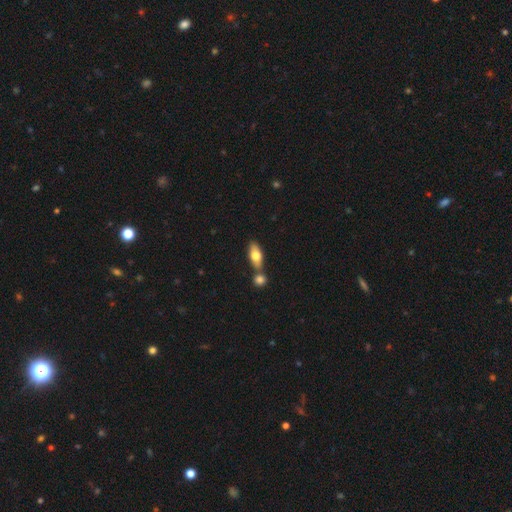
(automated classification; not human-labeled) smooth-or-featured: smooth: 67% | featured or disk: 27% | star or artifact: 6%
  how-rounded: in between: 75% | cigar-shaped: 21% | round: 4%
  merging: none: 57% | merger: 30% | minor disturbance: 10% | major disturbance: 3%